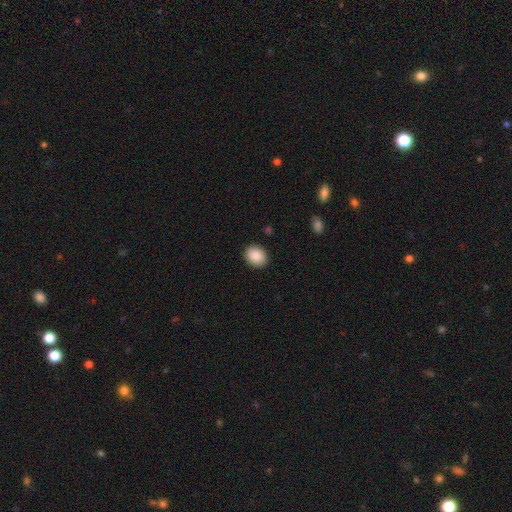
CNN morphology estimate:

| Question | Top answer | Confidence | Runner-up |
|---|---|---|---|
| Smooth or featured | smooth | 90% | star or artifact (8%) |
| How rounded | round | 55% | in between (44%) |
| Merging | none | 89% | minor disturbance (7%) |